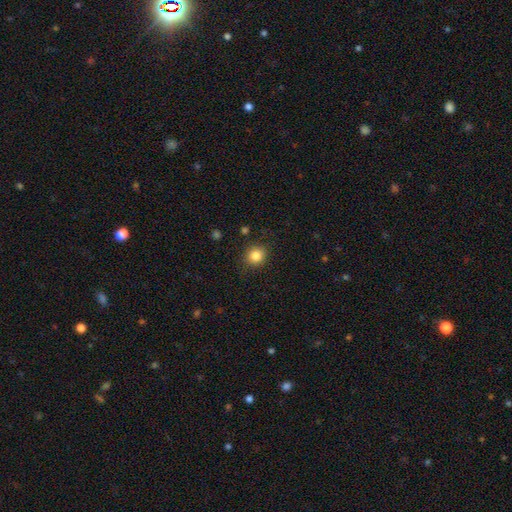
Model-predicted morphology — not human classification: Smooth or featured? smooth (84%)
How rounded? round (82%)
Merging? none (88%)